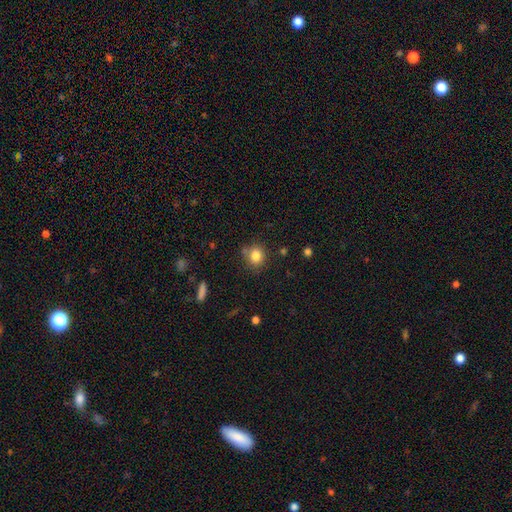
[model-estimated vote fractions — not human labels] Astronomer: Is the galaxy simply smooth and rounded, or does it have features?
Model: smooth — 82%.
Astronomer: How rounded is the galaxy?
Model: round — 79%.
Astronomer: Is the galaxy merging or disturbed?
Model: none — 76%.